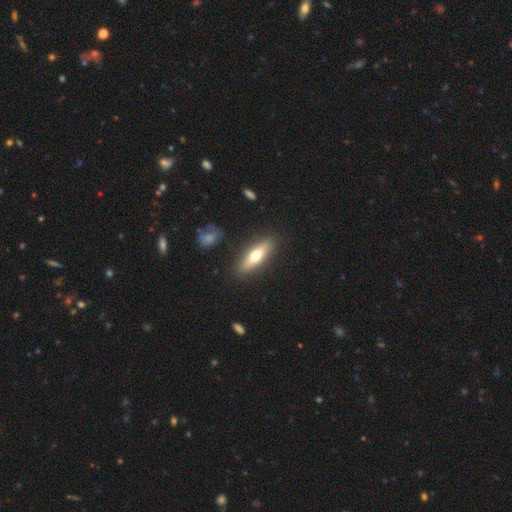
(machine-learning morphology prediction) smooth_or_featured: smooth (p=0.52) [alt: featured or disk p=0.42]
how_rounded: cigar-shaped (p=0.60) [alt: in between p=0.37]
merging: none (p=0.87) [alt: minor disturbance p=0.08]